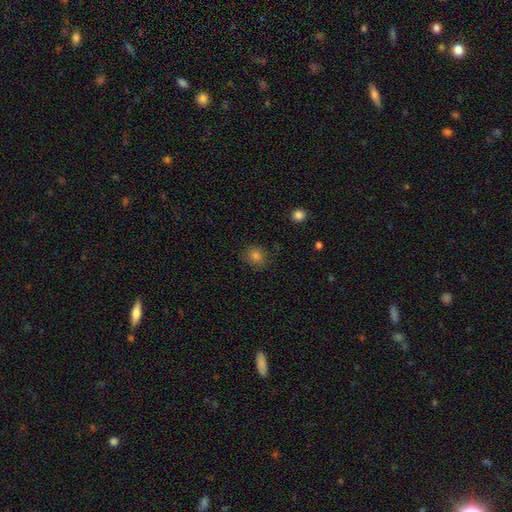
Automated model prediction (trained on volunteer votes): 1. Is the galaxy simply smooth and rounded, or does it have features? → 78% smooth, 16% star or artifact, 6% featured or disk.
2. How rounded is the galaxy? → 73% round, 26% in between, 1% cigar-shaped.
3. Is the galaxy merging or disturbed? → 83% none, 12% minor disturbance, 3% major disturbance, 1% merger.